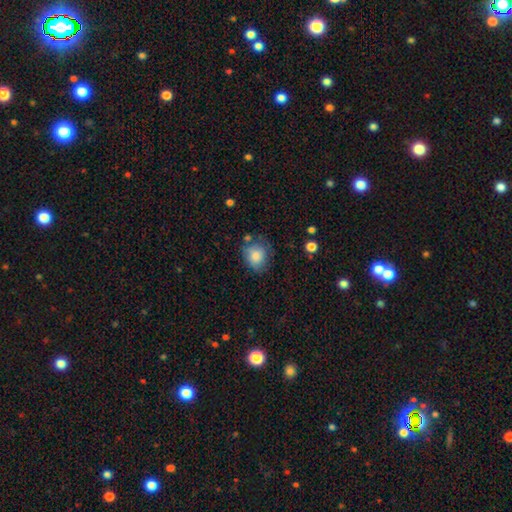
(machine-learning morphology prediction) The model was most divided on "merging": none: 60%, minor disturbance: 26%, major disturbance: 9%, merger: 5%. More confident: smooth or featured — smooth (81%); how rounded — round (67%).